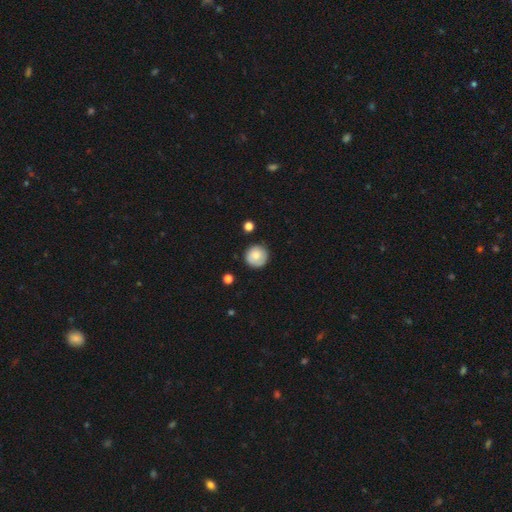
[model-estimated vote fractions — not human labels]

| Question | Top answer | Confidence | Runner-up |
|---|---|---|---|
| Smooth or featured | smooth | 77% | featured or disk (16%) |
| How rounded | round | 95% | in between (4%) |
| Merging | none | 84% | minor disturbance (12%) |